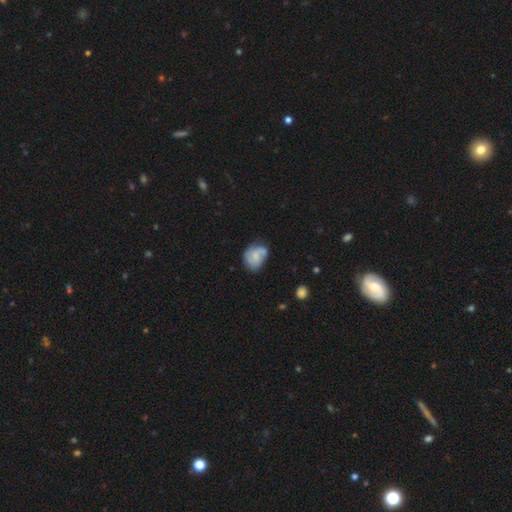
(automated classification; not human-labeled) This appears to be a featured or disk galaxy (50%). Merging: none (44%).